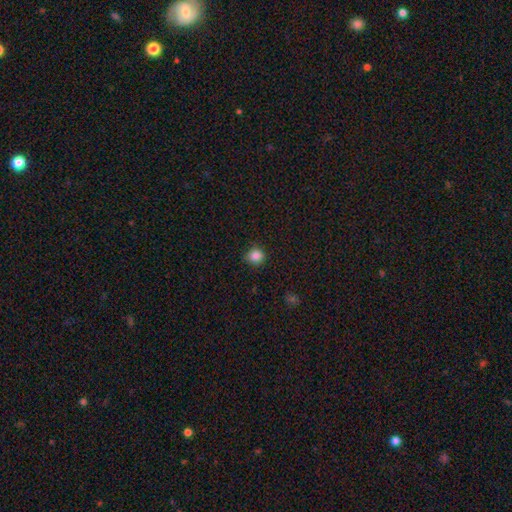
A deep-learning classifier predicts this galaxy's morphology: This appears to be a smooth galaxy with no disk features (85%) that is round (88%). Merging: none (84%).